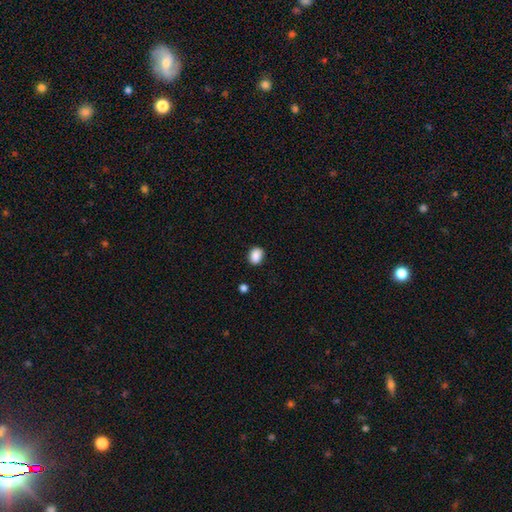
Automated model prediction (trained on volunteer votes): Morphology: type=smooth (88%); roundness=in between (58%); merging=none (83%).